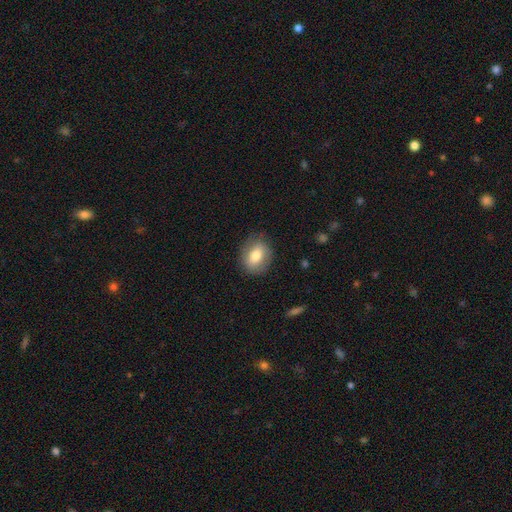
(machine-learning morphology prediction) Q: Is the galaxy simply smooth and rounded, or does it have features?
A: smooth — 72%.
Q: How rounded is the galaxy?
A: in between — 61%.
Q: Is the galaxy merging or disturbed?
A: none — 81%.